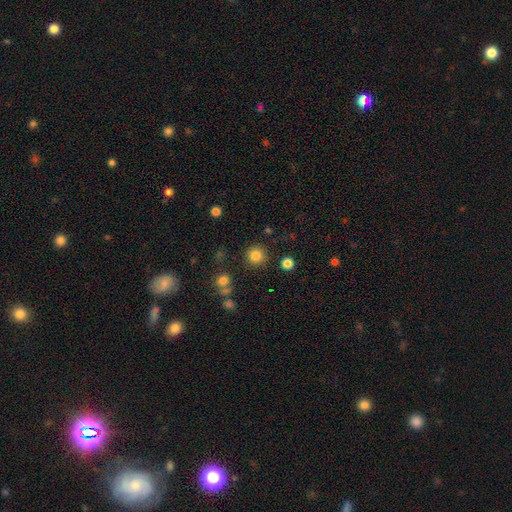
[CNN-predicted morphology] type=smooth (83%); roundness=round (94%); merging=none (88%).